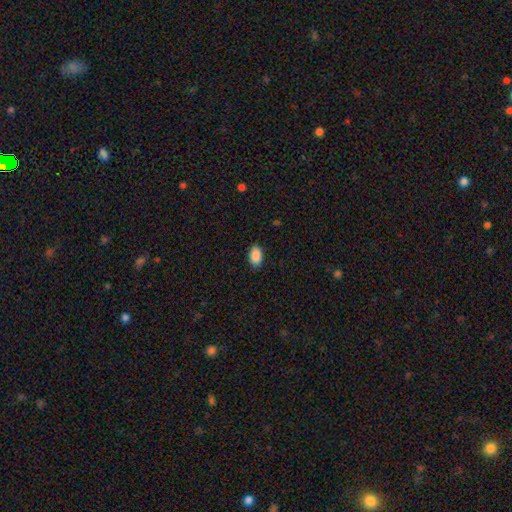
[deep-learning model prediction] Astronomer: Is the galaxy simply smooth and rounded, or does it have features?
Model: smooth — 90%.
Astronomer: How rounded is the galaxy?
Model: in between — 92%.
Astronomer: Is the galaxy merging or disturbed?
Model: none — 87%.